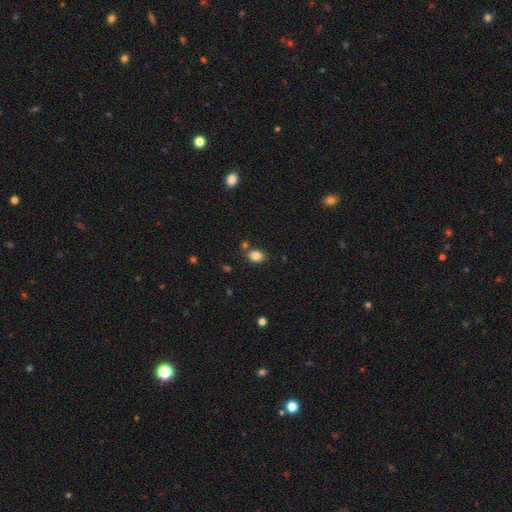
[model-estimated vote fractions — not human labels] Q: Smooth or featured?
A: smooth (84%); runner-up: star or artifact (11%)
Q: How rounded?
A: in between (68%); runner-up: round (31%)
Q: Merging?
A: none (75%); runner-up: minor disturbance (13%)